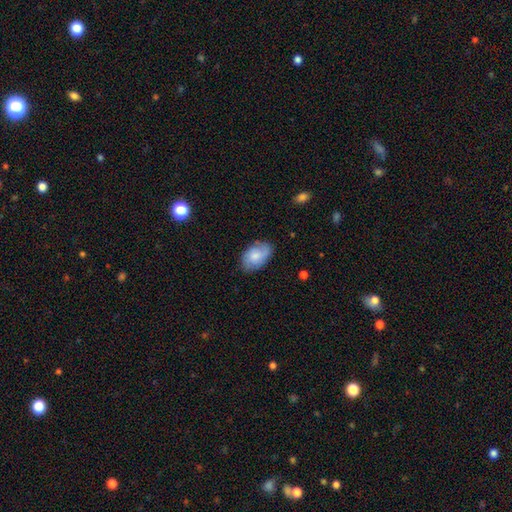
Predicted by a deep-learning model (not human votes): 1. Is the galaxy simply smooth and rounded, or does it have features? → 58% smooth, 35% featured or disk, 7% star or artifact.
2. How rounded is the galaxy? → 89% in between, 10% round, 1% cigar-shaped.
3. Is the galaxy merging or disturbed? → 76% none, 19% minor disturbance, 4% major disturbance, 1% merger.